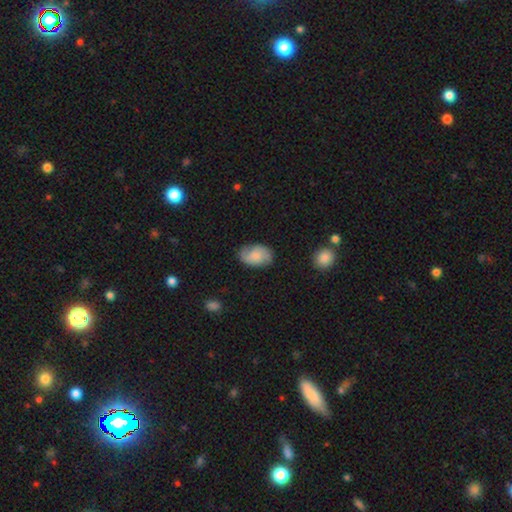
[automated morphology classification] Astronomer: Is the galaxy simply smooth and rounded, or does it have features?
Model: smooth — 60%.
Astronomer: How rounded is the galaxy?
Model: in between — 87%.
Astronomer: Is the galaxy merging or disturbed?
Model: none — 73%.